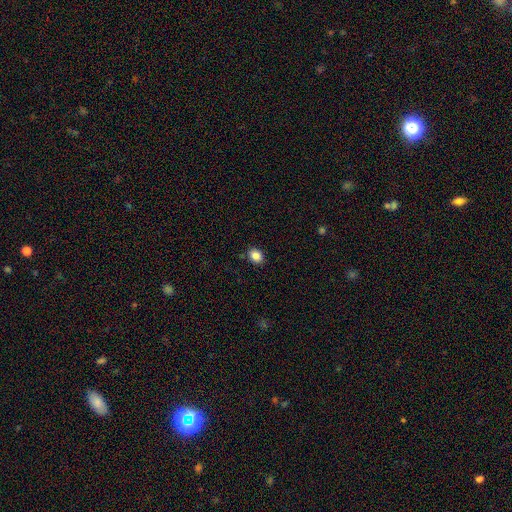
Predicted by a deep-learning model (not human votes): This appears to be a smooth galaxy with no disk features (86%) that is in between round and cigar-shaped (58%). Merging: none (87%).